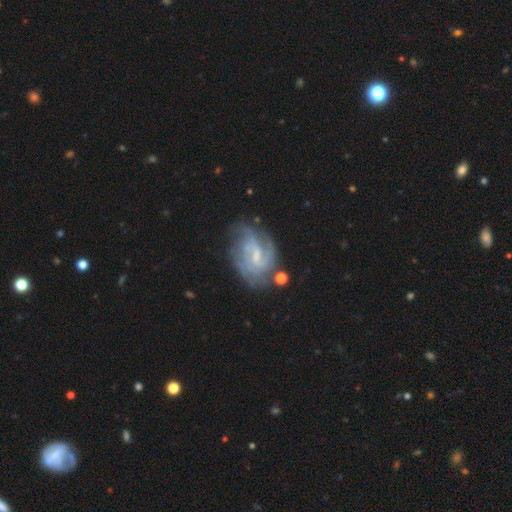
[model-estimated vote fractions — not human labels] Q: Smooth or featured?
A: featured or disk (81%); runner-up: smooth (11%)
Q: Edge-on disk?
A: no (97%); runner-up: yes (3%)
Q: Bar?
A: weak (58%); runner-up: no (25%)
Q: Spiral arms?
A: yes (92%); runner-up: no (8%)
Q: Spiral winding?
A: tight (46%); runner-up: medium (41%)
Q: Spiral arm count?
A: can't tell (34%); runner-up: 2 (25%)
Q: Bulge size?
A: small (51%); runner-up: moderate (27%)
Q: Merging?
A: none (60%); runner-up: minor disturbance (22%)